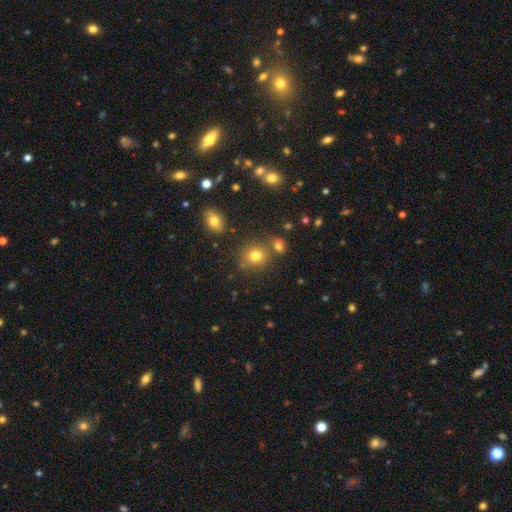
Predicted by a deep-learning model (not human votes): Smooth or featured?
  - smooth: 76% *
  - star or artifact: 15%
  - featured or disk: 9%
How rounded?
  - round: 80% *
  - in between: 19%
  - cigar-shaped: 1%
Merging?
  - none: 71% *
  - merger: 13%
  - minor disturbance: 11%
  - major disturbance: 4%